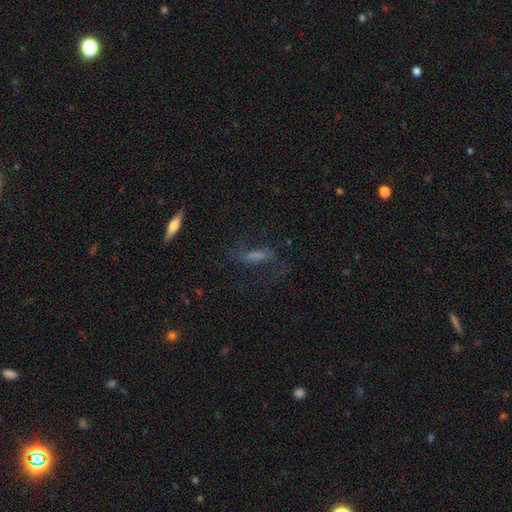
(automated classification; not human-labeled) The model was most divided on "smooth or featured": featured or disk: 50%, smooth: 34%, star or artifact: 17%. More confident: merging — none (57%).